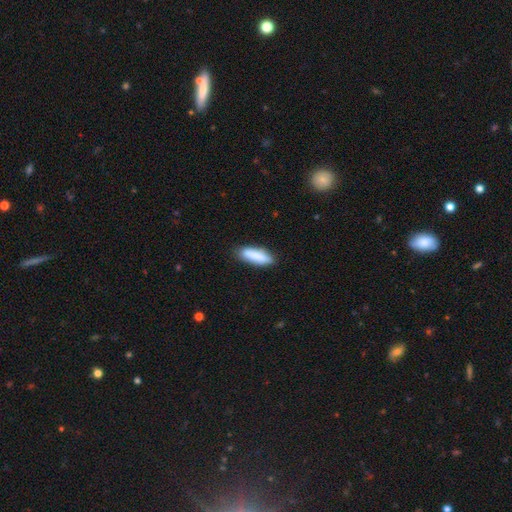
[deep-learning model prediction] smooth-or-featured: smooth: 87% | featured or disk: 7% | star or artifact: 6%
  how-rounded: in between: 52% | cigar-shaped: 46% | round: 2%
  merging: none: 83% | minor disturbance: 13% | major disturbance: 2% | merger: 1%